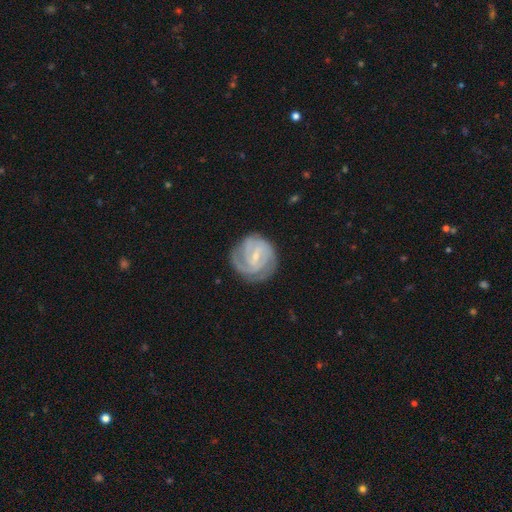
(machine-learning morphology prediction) A featured or disk galaxy (86%) with a weak bar (53%), 2 (36%) tight (65%) spiral arms (97%) and a small central bulge (70%). Merging: none (73%).